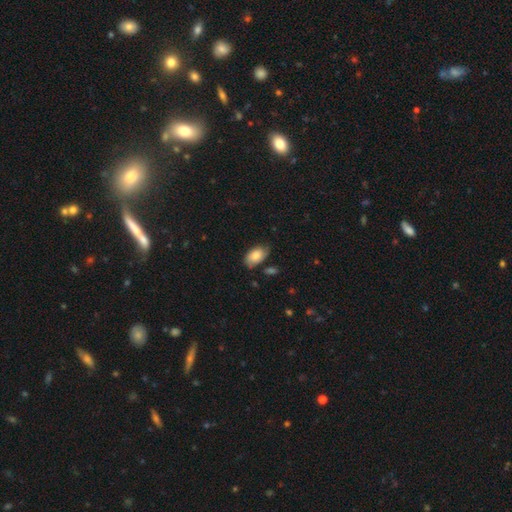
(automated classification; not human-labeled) Morphology: type=smooth (80%); roundness=in between (94%); merging=none (66%).